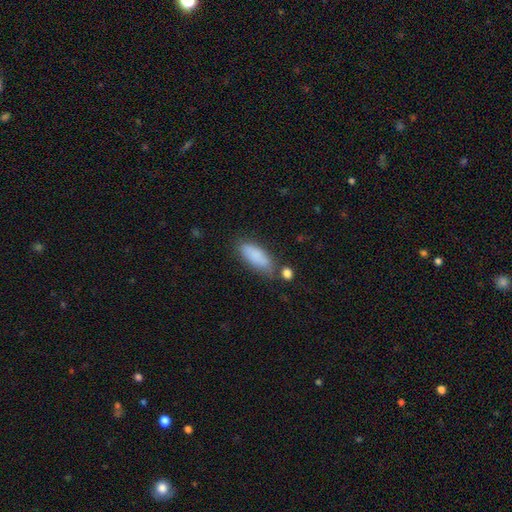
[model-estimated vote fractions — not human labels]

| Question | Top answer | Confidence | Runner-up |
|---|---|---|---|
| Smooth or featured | smooth | 85% | featured or disk (8%) |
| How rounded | in between | 73% | cigar-shaped (25%) |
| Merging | none | 63% | minor disturbance (22%) |